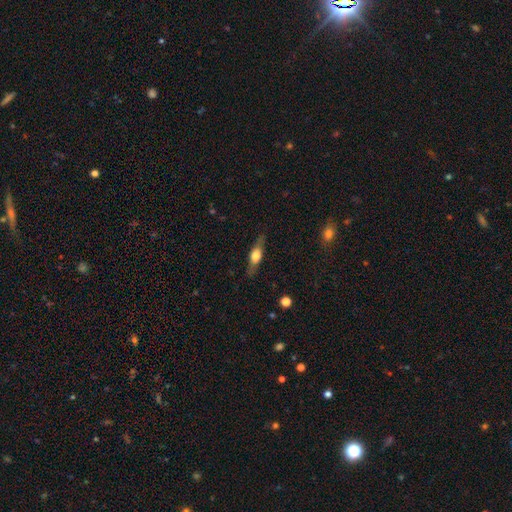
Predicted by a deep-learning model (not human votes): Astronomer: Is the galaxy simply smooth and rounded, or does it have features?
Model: featured or disk — 48% (runner-up: smooth, 45%).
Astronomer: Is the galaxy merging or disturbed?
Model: none — 83%.